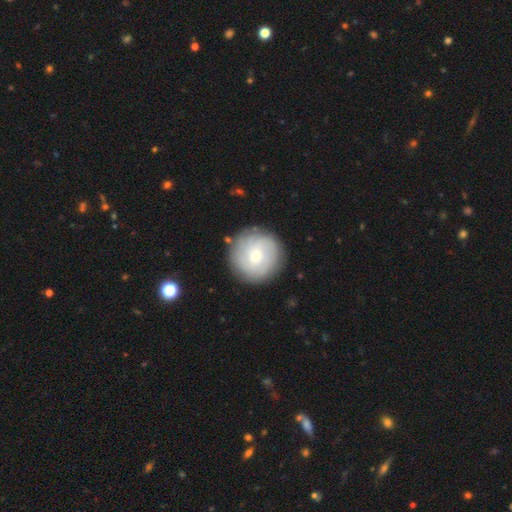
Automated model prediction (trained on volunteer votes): The model was most divided on "smooth or featured": smooth: 49%, featured or disk: 43%, star or artifact: 8%. More confident: merging — none (85%).